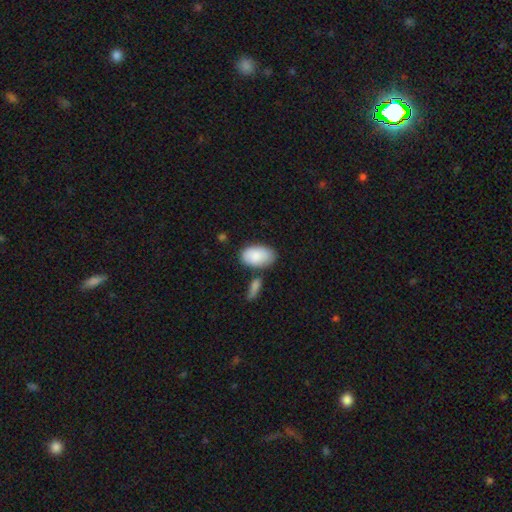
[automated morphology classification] The model was most divided on "merging": none: 63%, minor disturbance: 18%, merger: 14%, major disturbance: 5%. More confident: how rounded — in between (94%); smooth or featured — smooth (87%).